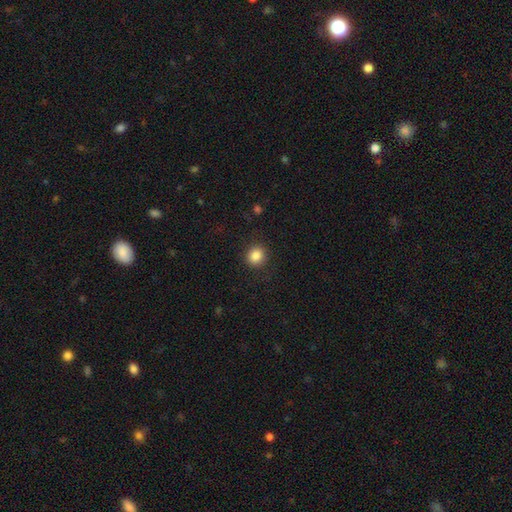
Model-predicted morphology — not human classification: Smooth or featured? smooth (86%)
How rounded? round (84%)
Merging? none (89%)